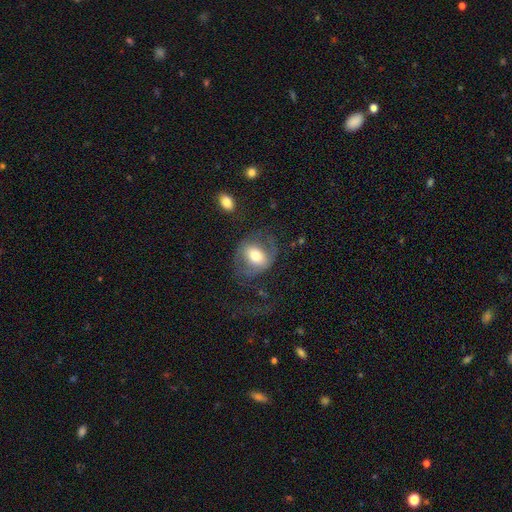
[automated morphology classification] type=featured or disk (50%); edge-on=no (95%); merging=none (49%).